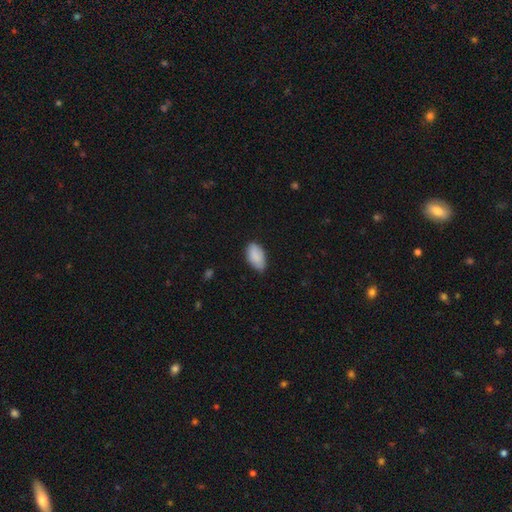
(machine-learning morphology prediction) This is clearly a smooth galaxy (87%). How rounded: clearly in between (94%). Merging: likely none (69%).